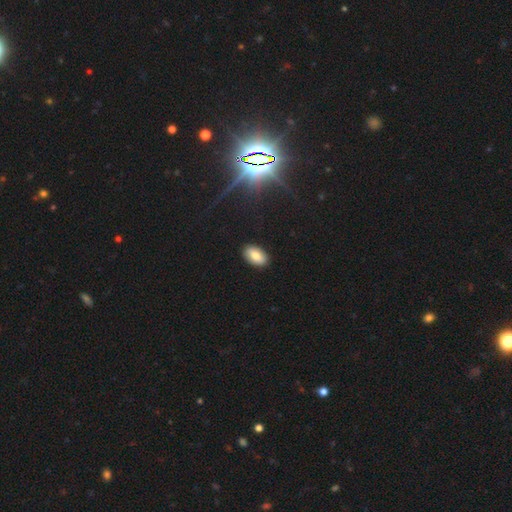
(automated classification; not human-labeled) A smooth galaxy with no disk features (76%) that is in between round and cigar-shaped (92%). Merging: none (89%).